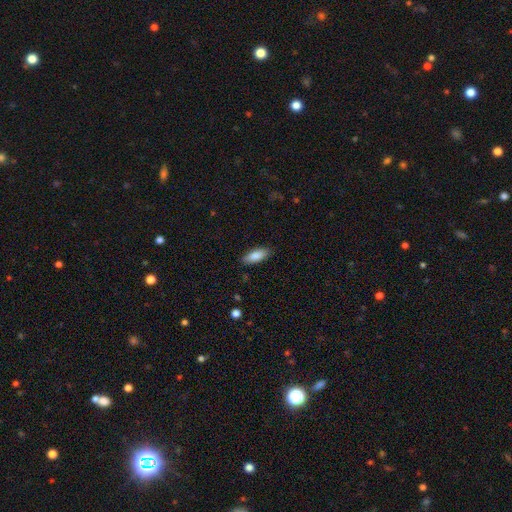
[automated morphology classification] A smooth galaxy with no disk features (87%) that is in between round and cigar-shaped (76%). Merging: none (87%).